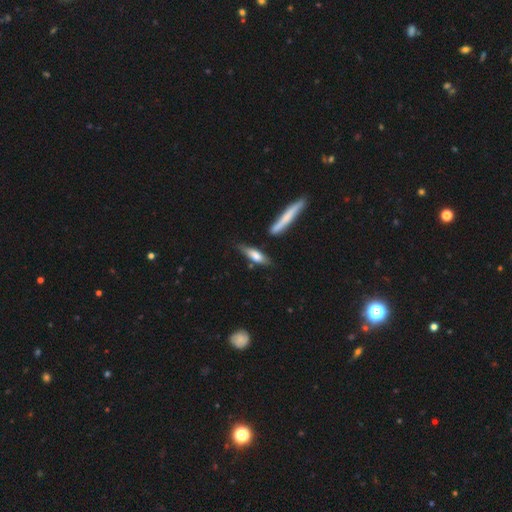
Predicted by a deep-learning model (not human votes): smooth 66%, featured or disk 27%, star or artifact 6%. Down the decision tree: how rounded — cigar-shaped (62%); merging — none (64%).